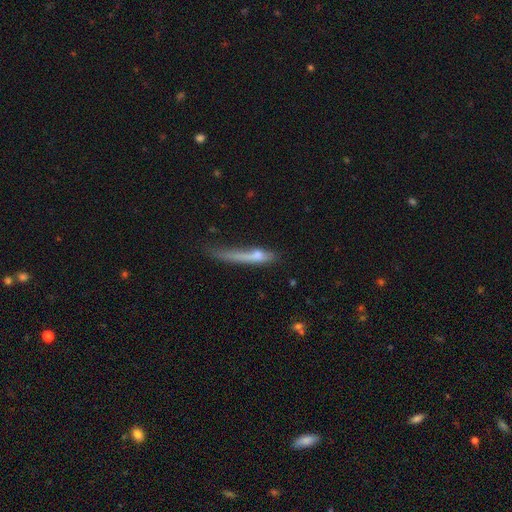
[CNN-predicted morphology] Smooth or featured: smooth — 56% (featured or disk — 35%)
How rounded: cigar-shaped — 87% (in between — 10%)
Merging: major disturbance — 32% (none — 31%)